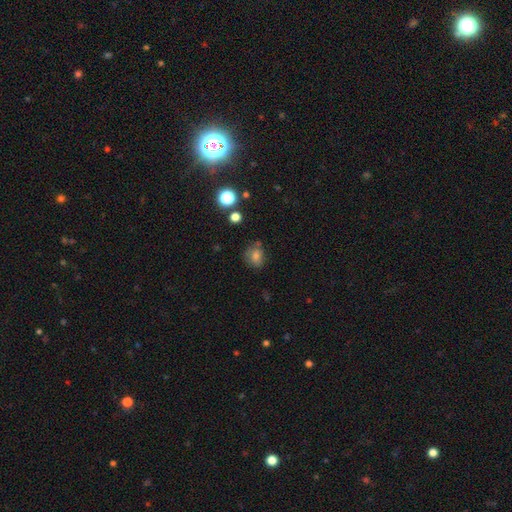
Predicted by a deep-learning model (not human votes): Overall: smooth (70%). How rounded: round (70%). Merging: none (69%).